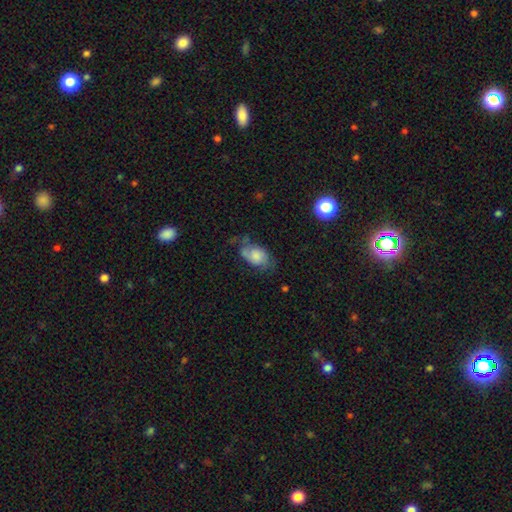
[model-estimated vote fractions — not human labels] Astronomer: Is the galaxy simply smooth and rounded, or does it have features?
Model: featured or disk — 46% (runner-up: smooth, 45%).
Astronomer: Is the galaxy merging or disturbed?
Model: none — 43% (runner-up: minor disturbance, 30%).